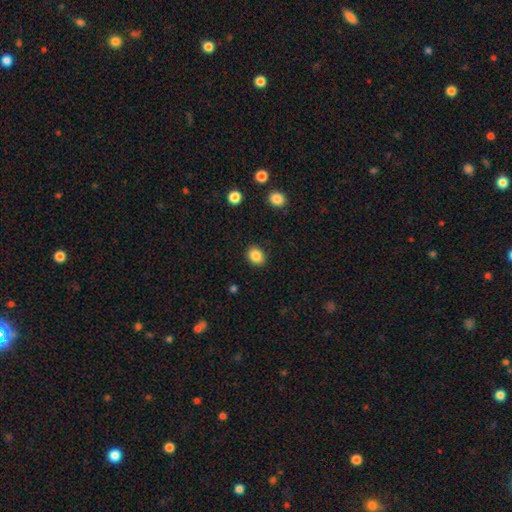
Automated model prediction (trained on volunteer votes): A smooth galaxy with no disk features (86%) that is round (54%).

Vote fractions:
- Smooth or featured? smooth: 86% / star or artifact: 9% / featured or disk: 4%
- How rounded? round: 54% / in between: 46% / cigar-shaped: 1%
- Merging? none: 89% / minor disturbance: 8% / major disturbance: 2% / merger: 1%